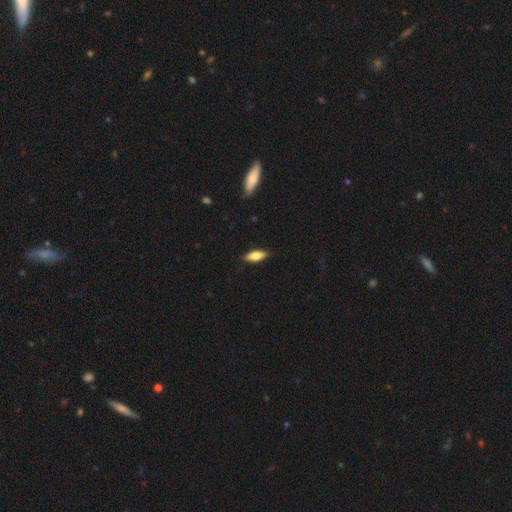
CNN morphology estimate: Smooth or featured? smooth (71%)
How rounded? in between (66%)
Merging? none (87%)